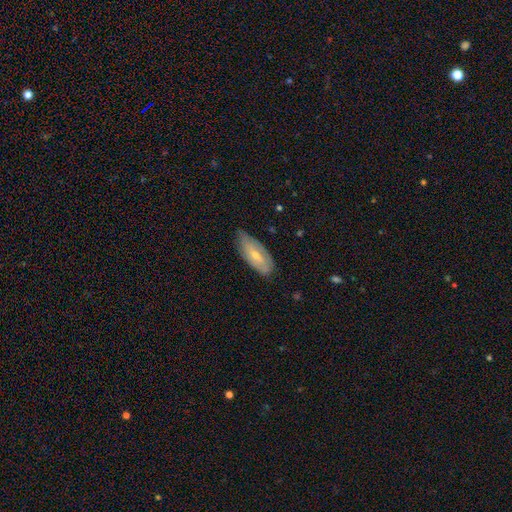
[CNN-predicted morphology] Smooth or featured? Predicted: smooth (p=0.51). How rounded? Predicted: in between (p=0.82). Merging? Predicted: none (p=0.65).